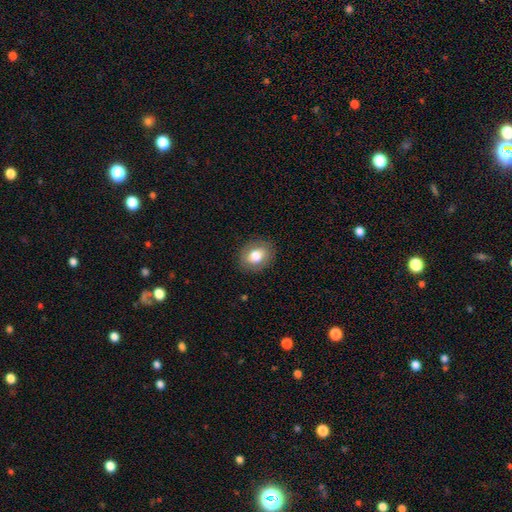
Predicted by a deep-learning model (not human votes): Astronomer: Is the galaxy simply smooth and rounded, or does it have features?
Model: smooth — 76%.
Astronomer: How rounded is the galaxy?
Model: in between — 53% (runner-up: round, 46%).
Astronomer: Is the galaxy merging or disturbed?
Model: none — 85%.